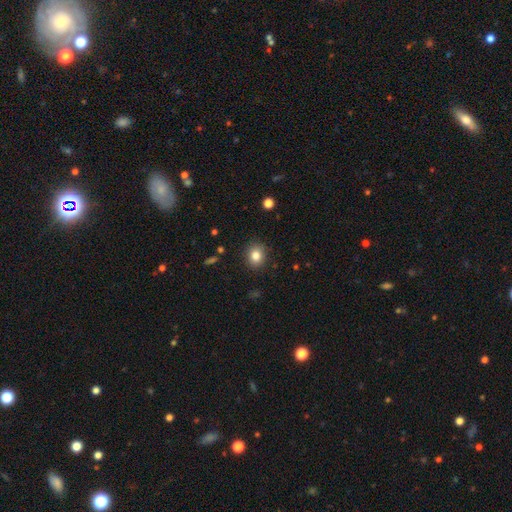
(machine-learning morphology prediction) smooth 82%, star or artifact 11%, featured or disk 7%. Down the decision tree: how rounded — round (72%); merging — none (89%).